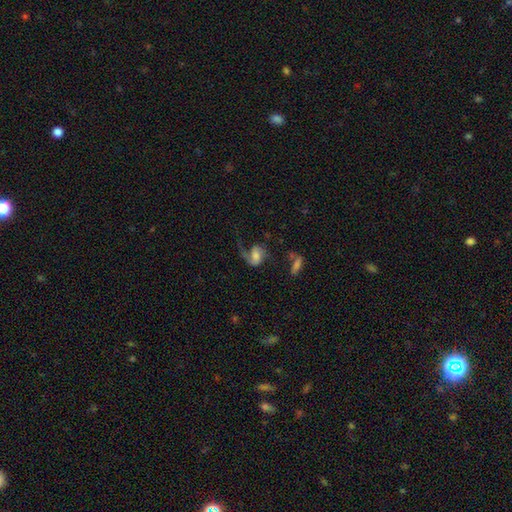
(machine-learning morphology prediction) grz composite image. It shows a featured or disk galaxy (65%) with no bar (45%), 2 (50%) loose (64%) spiral arms (90%) and a moderate central bulge (35%). Merging: major disturbance (41%).